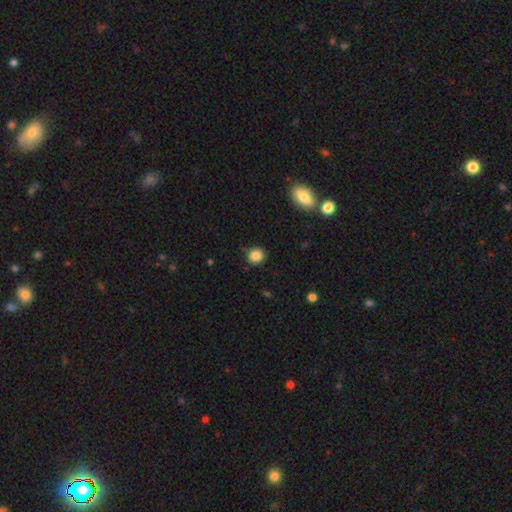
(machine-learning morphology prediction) Smooth or featured? Predicted: smooth (p=0.85). How rounded? Predicted: round (p=0.88). Merging? Predicted: none (p=0.85).